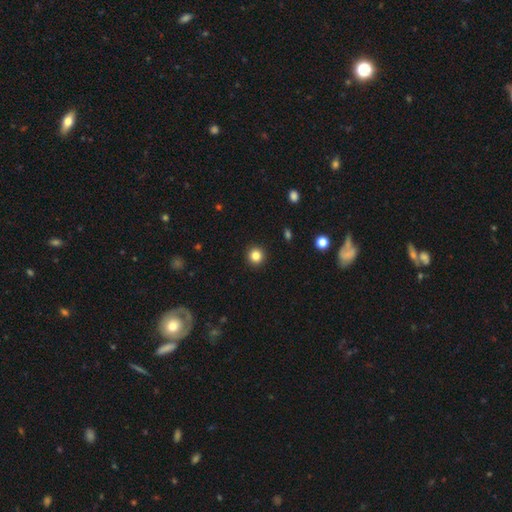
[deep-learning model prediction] Smooth or featured? smooth (84%)
How rounded? round (94%)
Merging? none (93%)